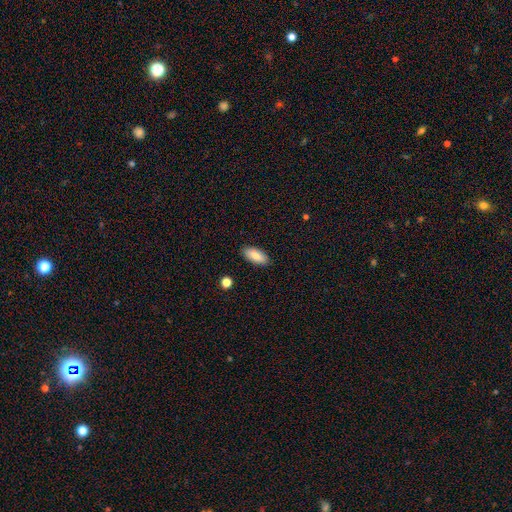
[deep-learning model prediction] smooth 83%, featured or disk 11%, star or artifact 7%. Down the decision tree: how rounded — in between (86%); merging — none (89%).